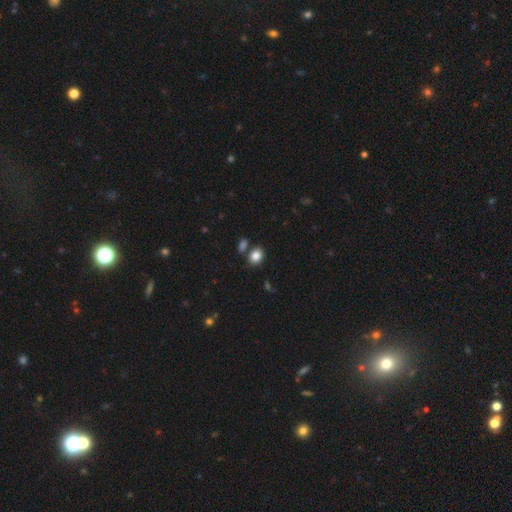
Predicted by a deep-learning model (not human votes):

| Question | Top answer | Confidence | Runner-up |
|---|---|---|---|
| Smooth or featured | smooth | 84% | star or artifact (10%) |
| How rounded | in between | 51% | round (48%) |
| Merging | none | 74% | merger (12%) |